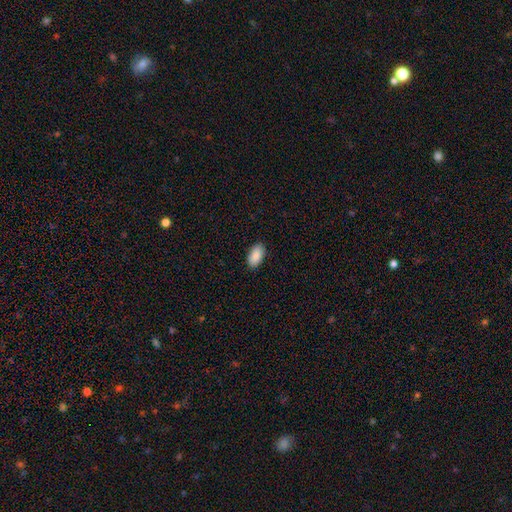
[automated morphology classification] smooth-or-featured: smooth: 91% | star or artifact: 6% | featured or disk: 3%
  how-rounded: in between: 95% | round: 3% | cigar-shaped: 3%
  merging: none: 89% | minor disturbance: 8% | major disturbance: 2% | merger: 1%